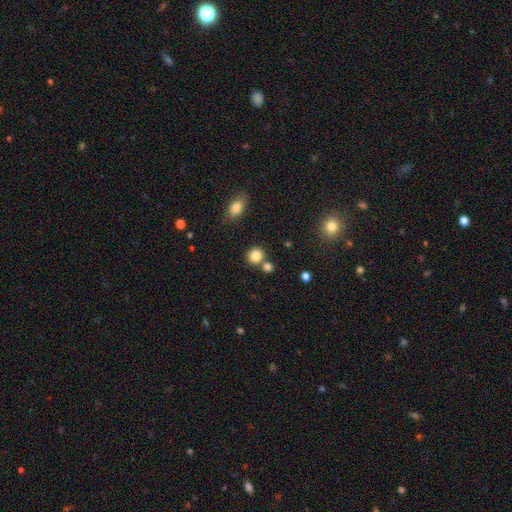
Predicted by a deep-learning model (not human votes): This appears to be a smooth galaxy with no disk features (84%) that is round (83%). Merging: none (69%).